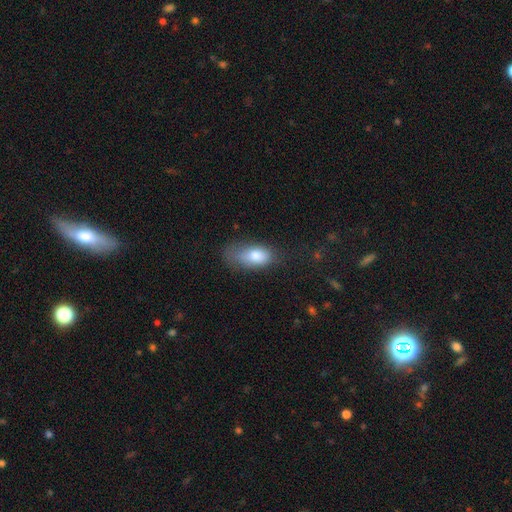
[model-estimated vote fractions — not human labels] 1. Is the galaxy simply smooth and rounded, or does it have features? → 78% smooth, 14% featured or disk, 8% star or artifact.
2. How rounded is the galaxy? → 90% in between, 6% round, 4% cigar-shaped.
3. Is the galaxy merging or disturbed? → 38% none, 34% minor disturbance, 25% major disturbance, 3% merger.